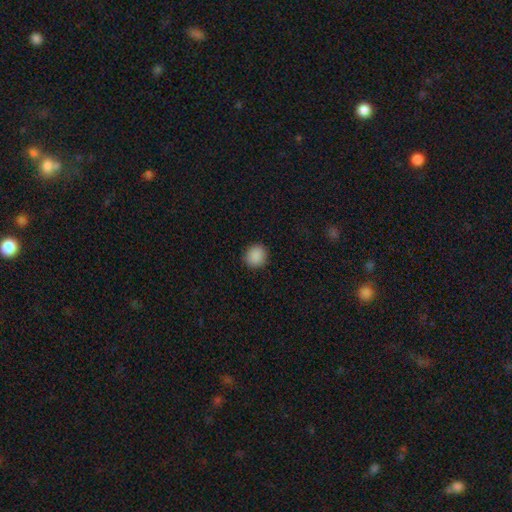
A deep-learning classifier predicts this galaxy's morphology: Smooth or featured: smooth — 89% (star or artifact — 9%)
How rounded: round — 87% (in between — 12%)
Merging: none — 90% (minor disturbance — 7%)